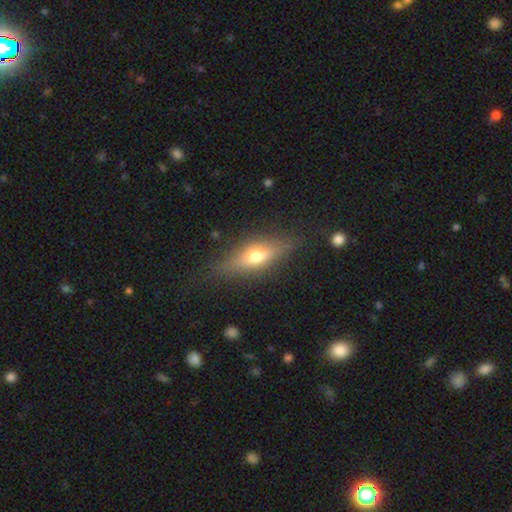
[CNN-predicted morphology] A smooth galaxy with no disk features (48%). Merging: none (81%).